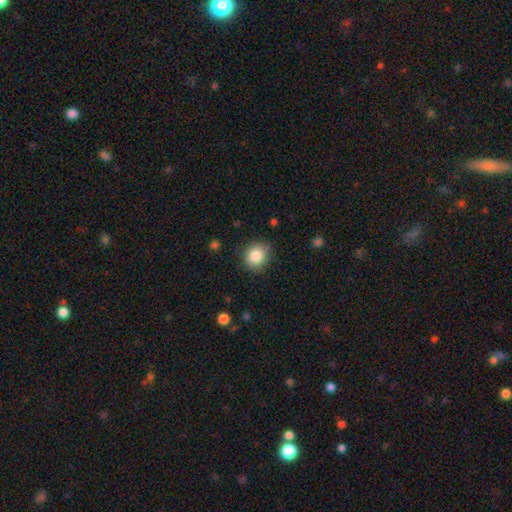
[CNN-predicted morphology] Smooth or featured? smooth (84%)
How rounded? round (79%)
Merging? none (81%)